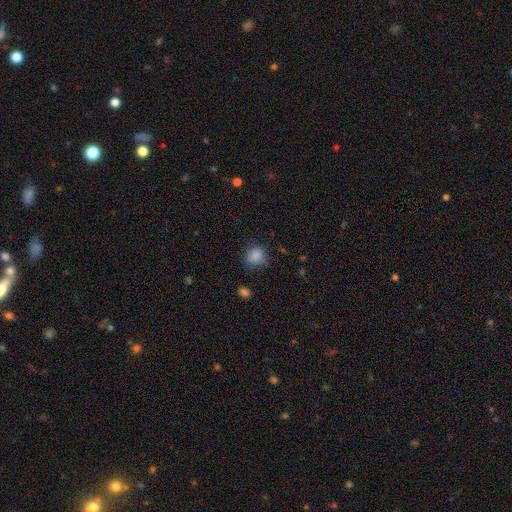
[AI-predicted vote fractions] This is clearly a smooth galaxy (84%). How rounded: possibly round (56%). Merging: likely none (66%).